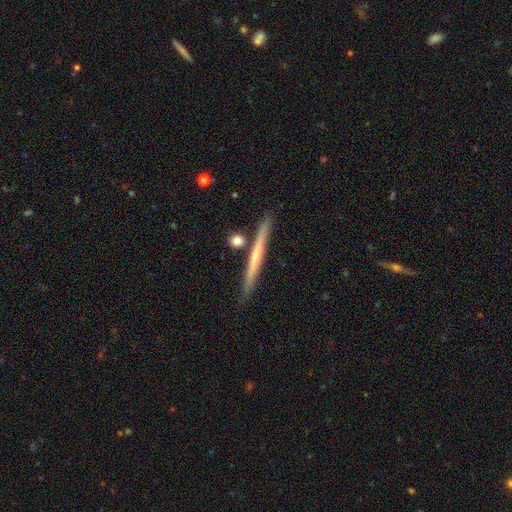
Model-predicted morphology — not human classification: Smooth or featured: featured or disk — 60% (smooth — 33%)
Edge-on disk: yes — 97% (no — 3%)
Edge-on bulge: none — 59% (rounded — 36%)
Merging: none — 87% (minor disturbance — 8%)